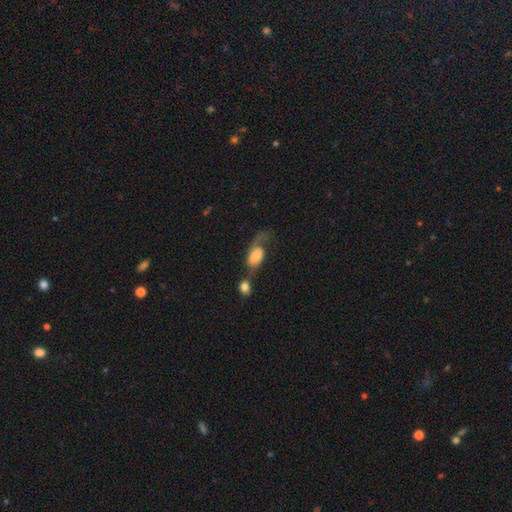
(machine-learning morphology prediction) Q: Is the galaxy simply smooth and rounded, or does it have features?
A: smooth — 53%.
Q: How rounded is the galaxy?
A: in between — 86%.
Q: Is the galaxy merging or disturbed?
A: merger — 40%.